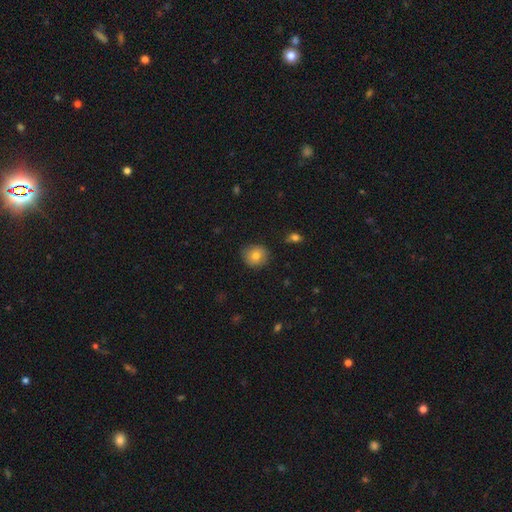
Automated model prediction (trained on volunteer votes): Overall: smooth (78%). How rounded: round (84%). Merging: none (84%).